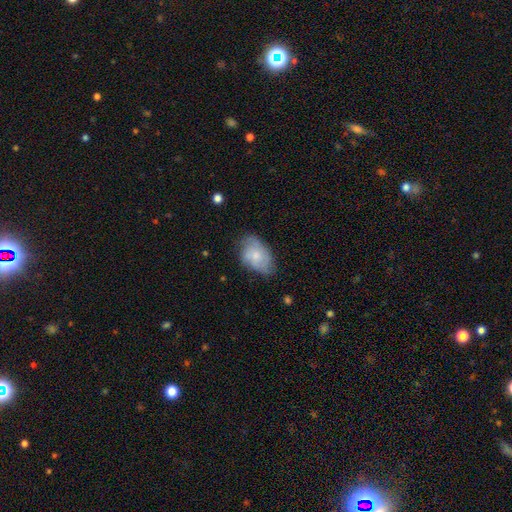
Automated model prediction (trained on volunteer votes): smooth_or_featured: smooth (p=0.49) [alt: featured or disk p=0.44]
merging: none (p=0.59) [alt: minor disturbance p=0.30]